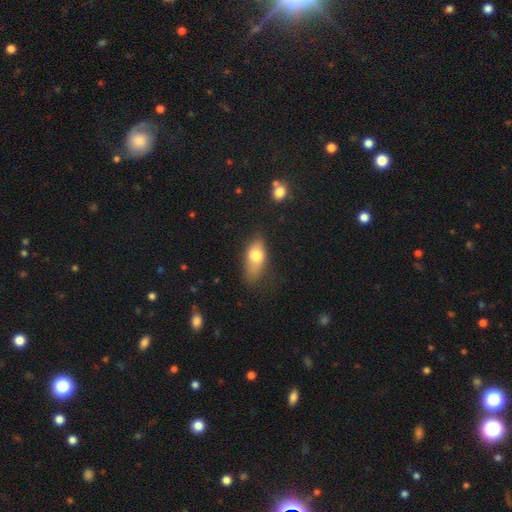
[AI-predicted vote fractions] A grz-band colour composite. It shows a smooth galaxy with no disk features (73%) that is in between round and cigar-shaped (83%). Merging: none (59%).